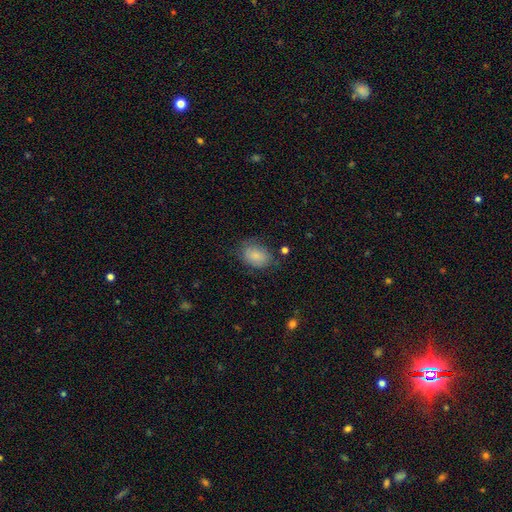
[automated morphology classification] Smooth or featured? smooth (82%)
How rounded? in between (77%)
Merging? none (67%)